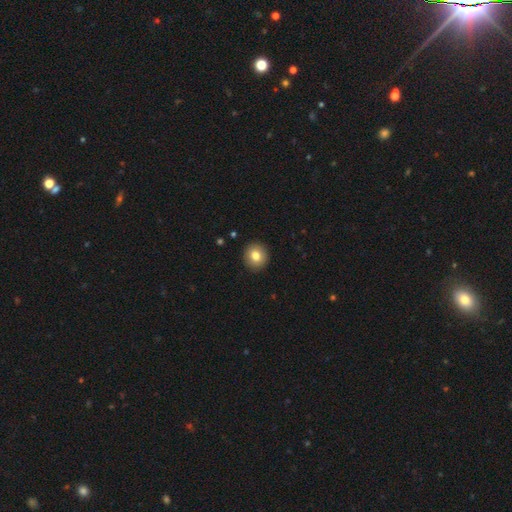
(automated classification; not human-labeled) A smooth galaxy with no disk features (81%) that is round (90%). Merging: none (92%).